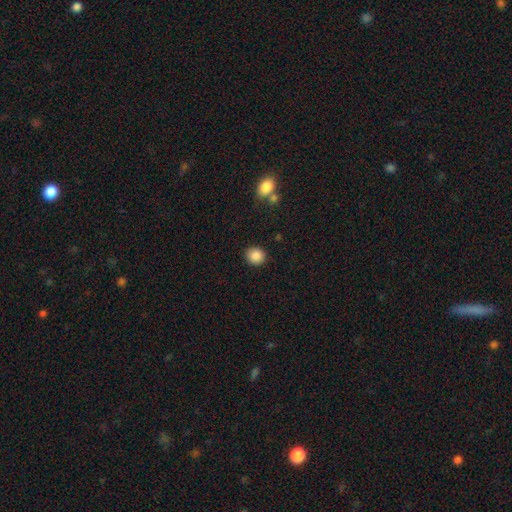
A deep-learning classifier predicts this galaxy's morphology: Q: Smooth or featured?
A: smooth (88%); runner-up: star or artifact (9%)
Q: How rounded?
A: round (87%); runner-up: in between (12%)
Q: Merging?
A: none (89%); runner-up: minor disturbance (7%)